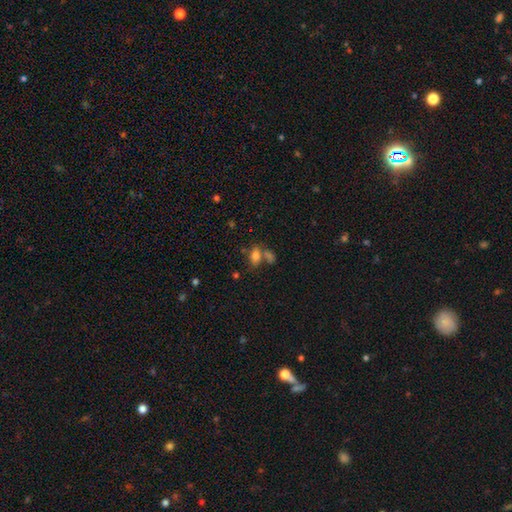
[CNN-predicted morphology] Smooth or featured? Predicted: smooth (p=0.77). How rounded? Predicted: in between (p=0.85). Merging? Predicted: none (p=0.43).